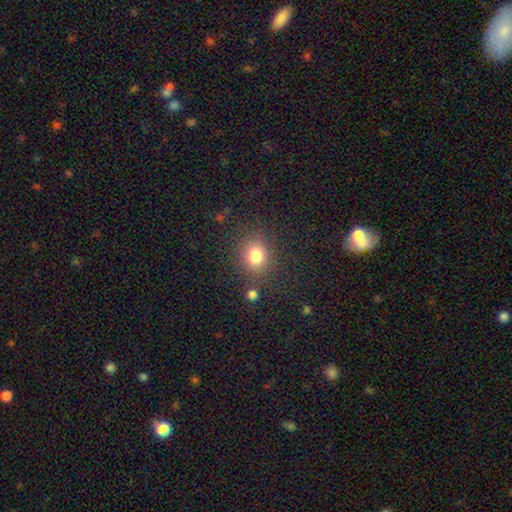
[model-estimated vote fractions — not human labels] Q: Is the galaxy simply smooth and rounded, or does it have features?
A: smooth — 80%.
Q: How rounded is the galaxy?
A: round — 76%.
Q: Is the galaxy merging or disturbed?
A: none — 80%.